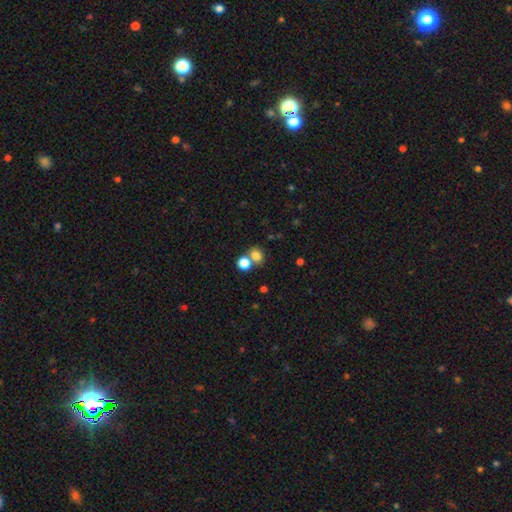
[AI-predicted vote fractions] This appears to be a smooth galaxy with no disk features (78%) that is round (67%). Merging: none (51%).